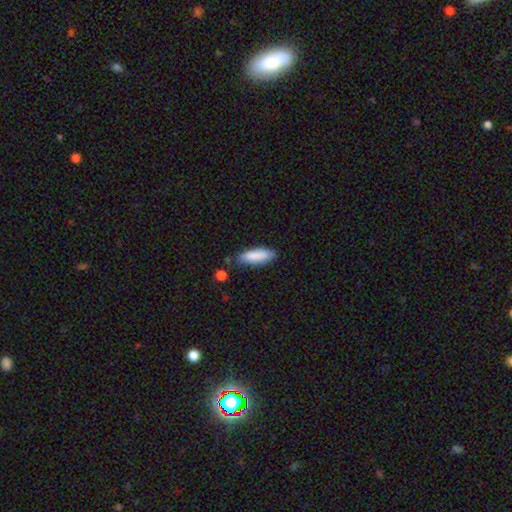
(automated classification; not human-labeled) Smooth or featured? Predicted: smooth (p=0.86). How rounded? Predicted: in between (p=0.52). Merging? Predicted: none (p=0.72).